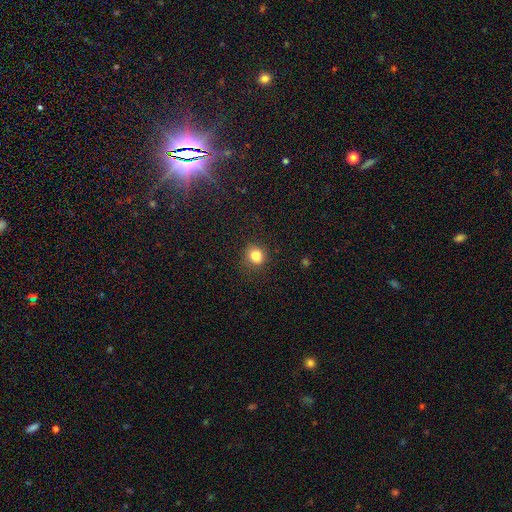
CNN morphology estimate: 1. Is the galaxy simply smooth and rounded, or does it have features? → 84% smooth, 12% star or artifact, 5% featured or disk.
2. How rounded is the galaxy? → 78% round, 21% in between, 1% cigar-shaped.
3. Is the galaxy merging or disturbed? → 83% none, 12% minor disturbance, 4% major disturbance, 1% merger.